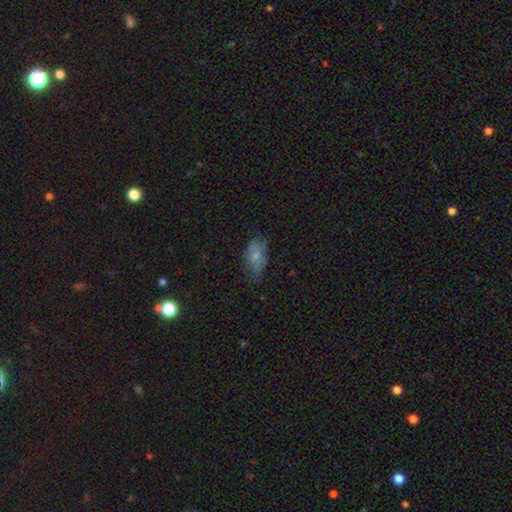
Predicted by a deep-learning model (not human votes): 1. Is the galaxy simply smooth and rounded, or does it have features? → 68% smooth, 22% featured or disk, 10% star or artifact.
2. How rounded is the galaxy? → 89% in between, 7% round, 4% cigar-shaped.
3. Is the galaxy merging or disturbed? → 50% none, 34% minor disturbance, 14% major disturbance, 2% merger.